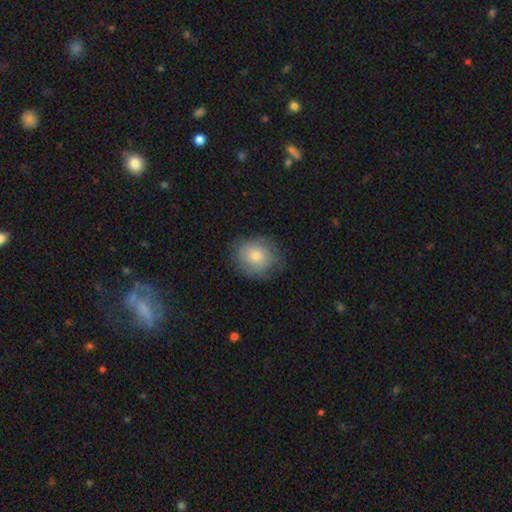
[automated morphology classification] type=smooth (65%); roundness=round (75%); merging=none (74%).